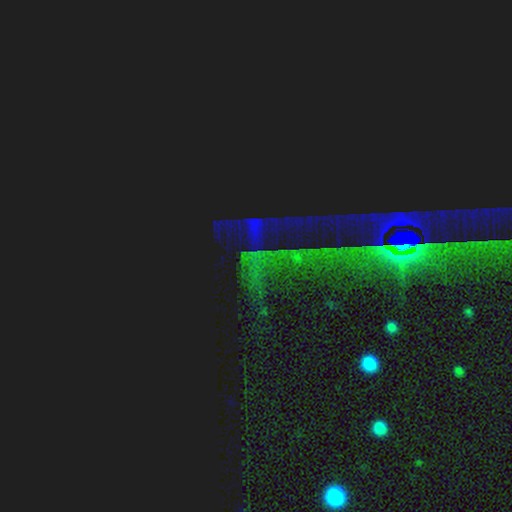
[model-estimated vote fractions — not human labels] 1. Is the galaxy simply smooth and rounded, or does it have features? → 83% star or artifact, 9% featured or disk, 8% smooth.